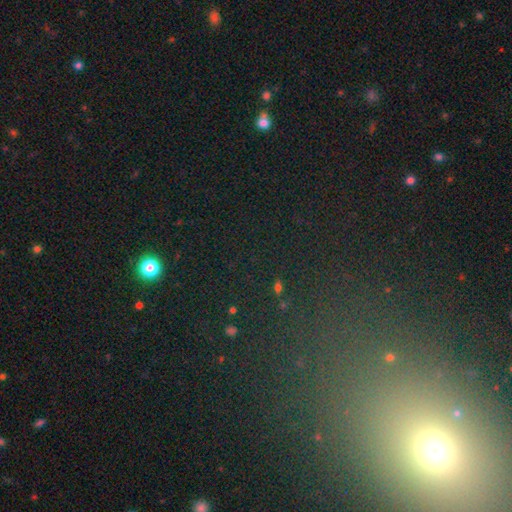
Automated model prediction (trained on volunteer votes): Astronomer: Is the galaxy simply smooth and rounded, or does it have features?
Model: star or artifact — 61%.